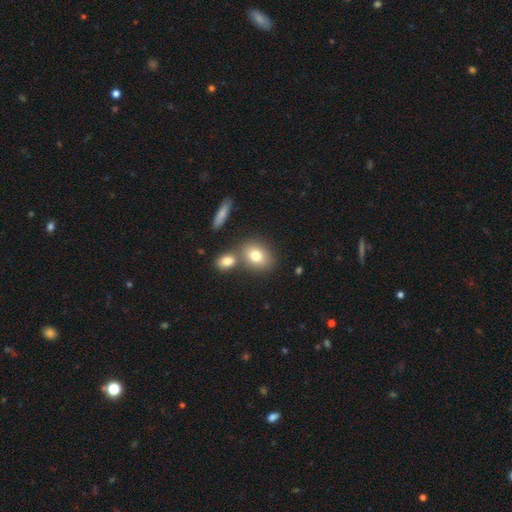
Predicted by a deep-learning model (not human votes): A smooth galaxy with no disk features (77%) that is in between round and cigar-shaped (56%).

Vote fractions:
- Smooth or featured? smooth: 77% / featured or disk: 13% / star or artifact: 10%
- How rounded? in between: 56% / round: 42% / cigar-shaped: 2%
- Merging? none: 60% / merger: 26% / minor disturbance: 11% / major disturbance: 3%